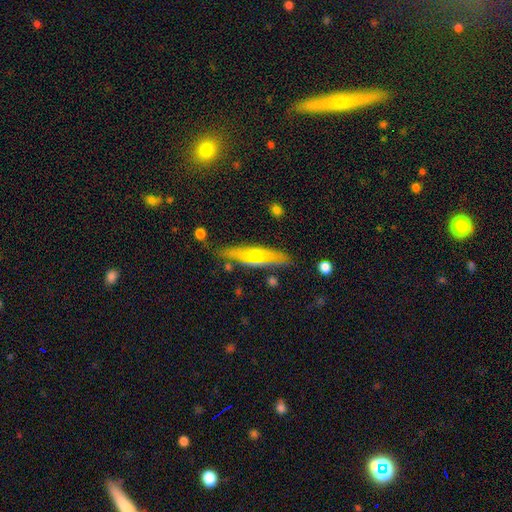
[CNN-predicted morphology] A featured or disk galaxy (55%) viewed edge-on (78%). Merging: none (72%).